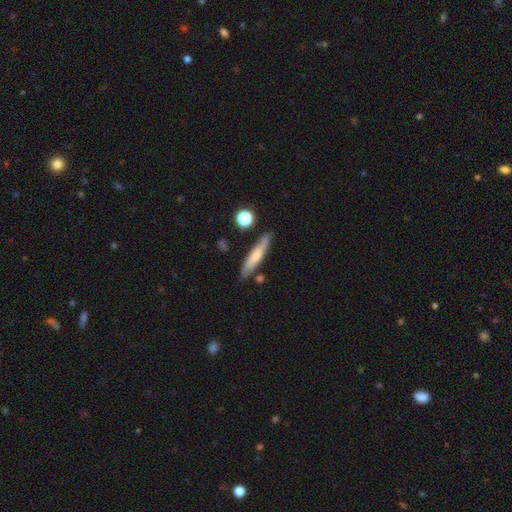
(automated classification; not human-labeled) Smooth or featured? Predicted: smooth (p=0.63). How rounded? Predicted: cigar-shaped (p=0.87). Merging? Predicted: none (p=0.79).